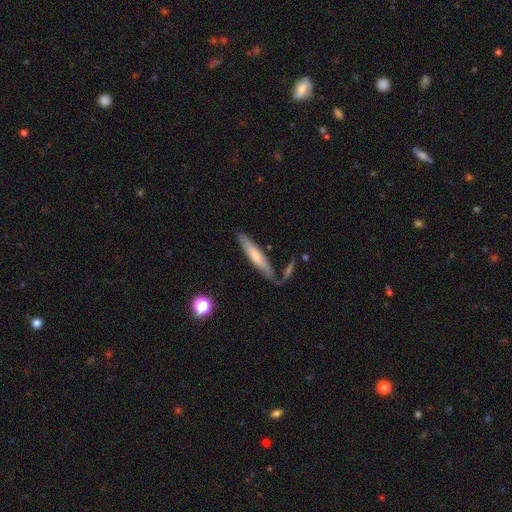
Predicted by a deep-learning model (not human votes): smooth-or-featured: smooth: 64% | featured or disk: 30% | star or artifact: 6%
  how-rounded: cigar-shaped: 87% | in between: 12% | round: 1%
  merging: none: 74% | minor disturbance: 15% | merger: 7% | major disturbance: 4%